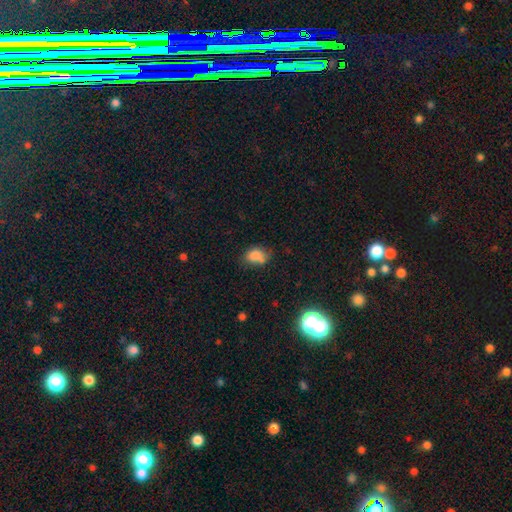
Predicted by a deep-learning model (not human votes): Overall: smooth (80%). How rounded: in between (74%). Merging: none (50%; minor disturbance 28%).